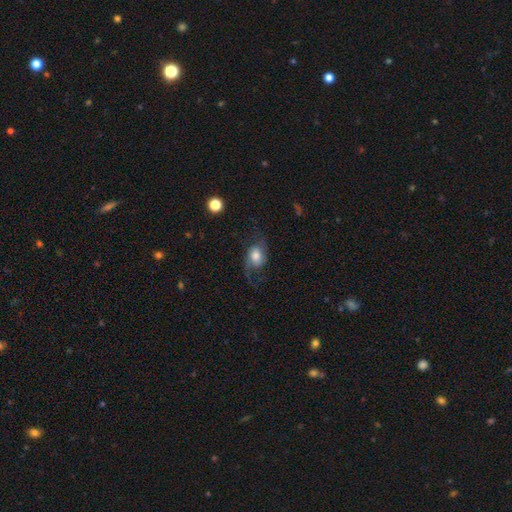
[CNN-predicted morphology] A featured or disk galaxy (57%) with no bar (63%), spiral arms (89%) and a moderate central bulge (48%).

Vote fractions:
- Smooth or featured? featured or disk: 57% / smooth: 34% / star or artifact: 8%
- Edge-on disk? no: 96% / yes: 4%
- Bar? no: 63% / weak: 30% / strong: 7%
- Spiral arms? yes: 89% / no: 11%
- Bulge size? moderate: 48% / large: 31% / small: 11% / dominant: 7% / none: 3%
- Merging? none: 57% / major disturbance: 21% / minor disturbance: 20% / merger: 2%